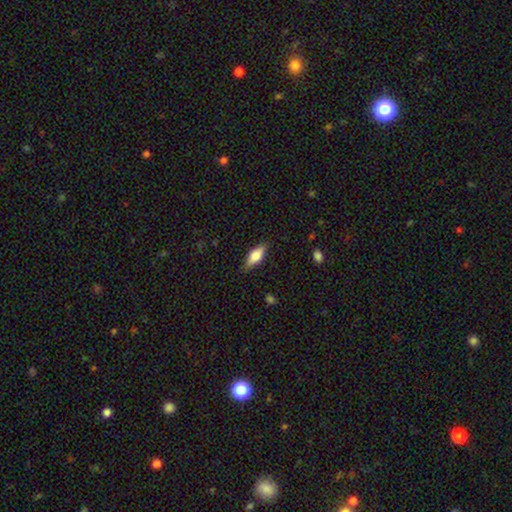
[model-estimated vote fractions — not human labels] Overall: smooth (56%; featured or disk 37%). How rounded: in between (67%; cigar-shaped 30%). Merging: none (84%).